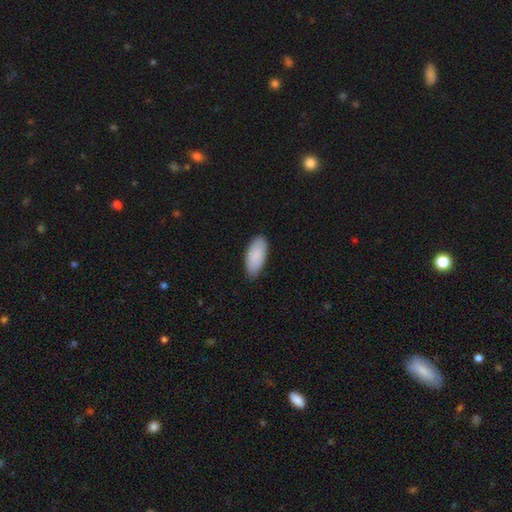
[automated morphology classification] A smooth galaxy with no disk features (87%) that is in between round and cigar-shaped (93%).

Vote fractions:
- Smooth or featured? smooth: 87% / featured or disk: 8% / star or artifact: 6%
- How rounded? in between: 93% / cigar-shaped: 6% / round: 2%
- Merging? none: 80% / minor disturbance: 17% / major disturbance: 2% / merger: 1%